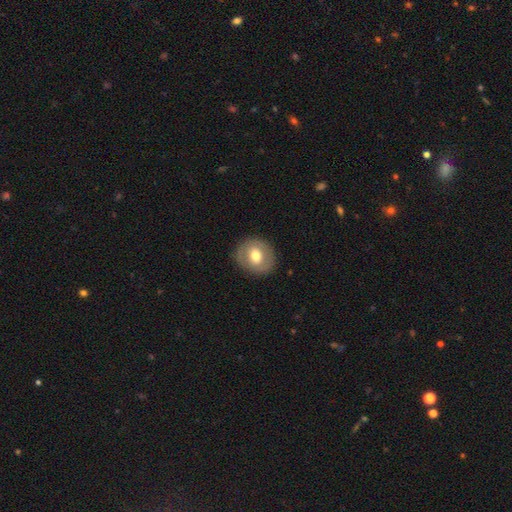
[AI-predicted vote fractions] Smooth or featured? smooth (59%)
How rounded? round (77%)
Merging? none (86%)